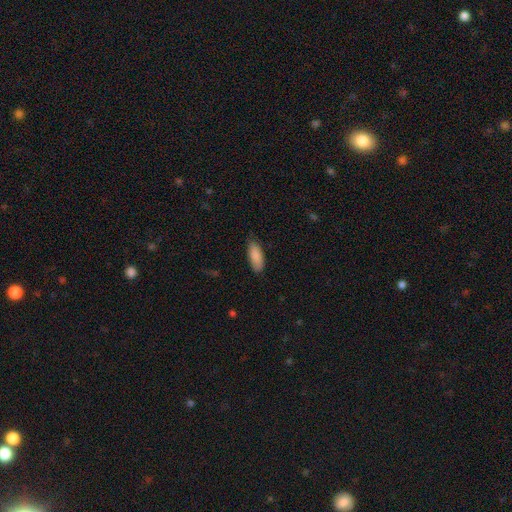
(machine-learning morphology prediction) Smooth or featured? smooth (88%)
How rounded? in between (78%)
Merging? none (77%)